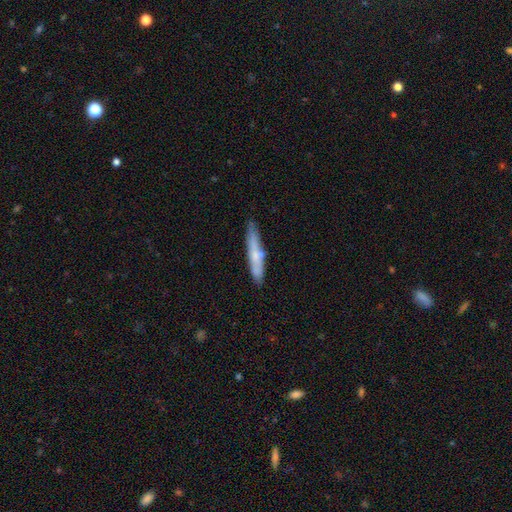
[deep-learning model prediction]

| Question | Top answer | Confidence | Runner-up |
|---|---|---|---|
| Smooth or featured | smooth | 59% | featured or disk (35%) |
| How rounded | cigar-shaped | 89% | in between (9%) |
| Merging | none | 72% | minor disturbance (19%) |